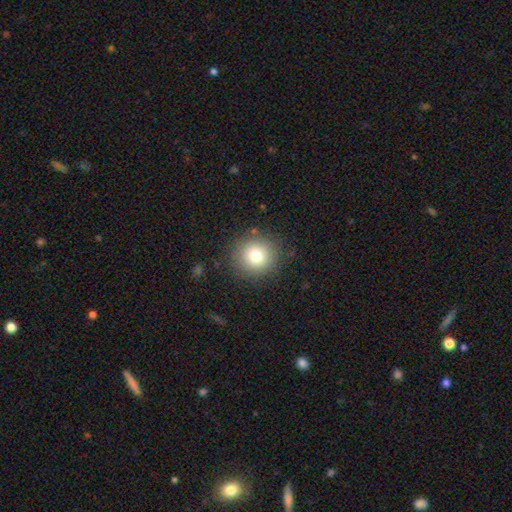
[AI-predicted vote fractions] The model was most divided on "smooth or featured": smooth: 80%, star or artifact: 11%, featured or disk: 9%. More confident: how rounded — round (92%); merging — none (87%).